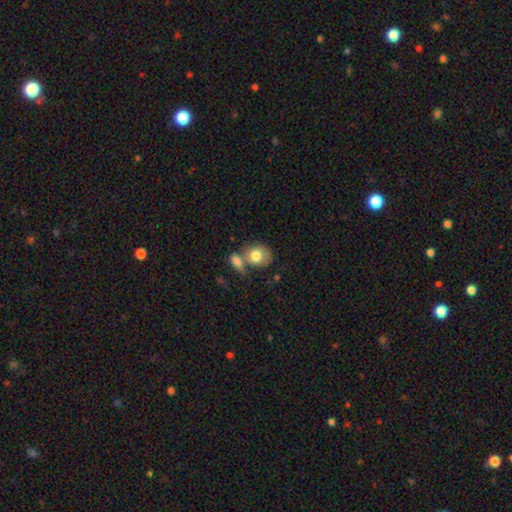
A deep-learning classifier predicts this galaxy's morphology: This appears to be a smooth galaxy with no disk features (76%) that is round (60%). Merging: merger (48%).